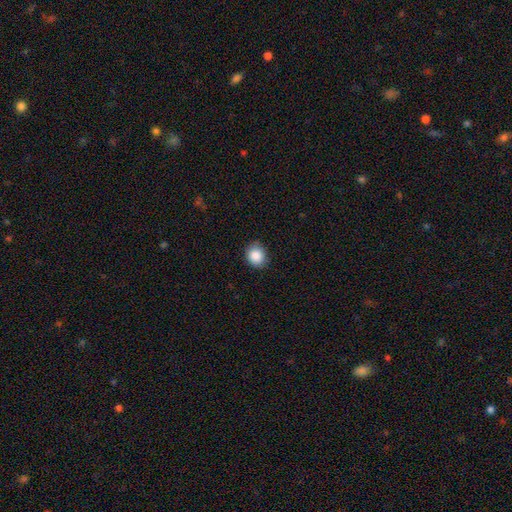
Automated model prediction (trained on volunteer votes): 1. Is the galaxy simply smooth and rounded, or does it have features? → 88% smooth, 8% star or artifact, 4% featured or disk.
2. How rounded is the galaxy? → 70% round, 29% in between, 1% cigar-shaped.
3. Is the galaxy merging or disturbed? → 81% none, 15% minor disturbance, 3% major disturbance, 1% merger.